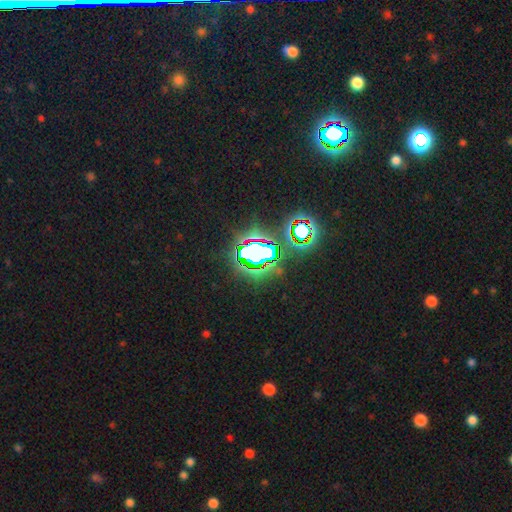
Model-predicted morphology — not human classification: A star or artifact, not a galaxy (69%).

Vote fractions:
- Smooth or featured? star or artifact: 69% / smooth: 18% / featured or disk: 13%